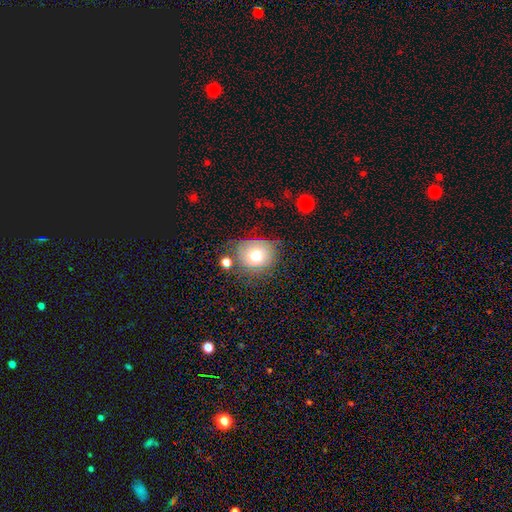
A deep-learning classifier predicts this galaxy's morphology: A smooth galaxy with no disk features (70%) that is round (66%).

Vote fractions:
- Smooth or featured? smooth: 70% / featured or disk: 19% / star or artifact: 11%
- How rounded? round: 66% / in between: 33% / cigar-shaped: 1%
- Merging? none: 54% / minor disturbance: 26% / major disturbance: 12% / merger: 7%